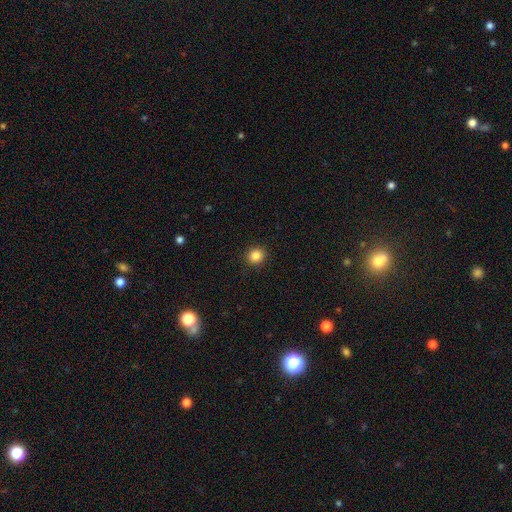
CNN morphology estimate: Overall: smooth (85%). How rounded: round (90%). Merging: none (92%).